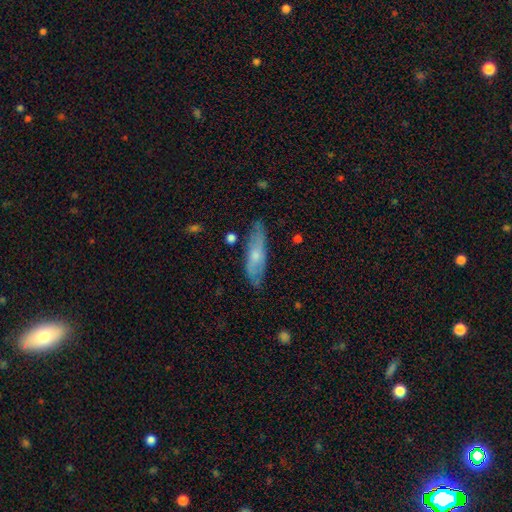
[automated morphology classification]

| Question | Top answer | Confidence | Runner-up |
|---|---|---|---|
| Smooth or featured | smooth | 51% | featured or disk (43%) |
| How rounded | cigar-shaped | 55% | in between (43%) |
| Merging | none | 70% | minor disturbance (23%) |